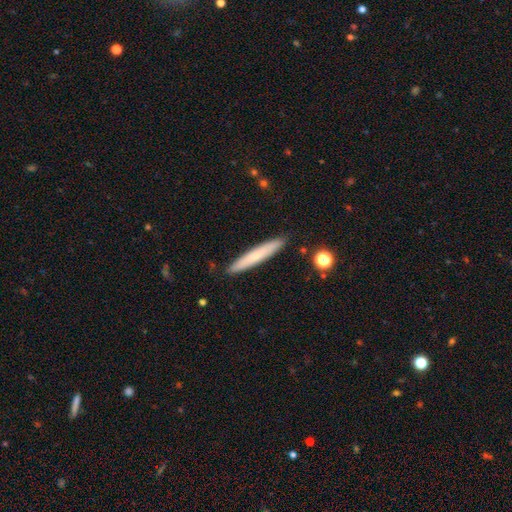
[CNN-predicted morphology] smooth_or_featured: smooth (p=0.67) [alt: featured or disk p=0.27]
how_rounded: cigar-shaped (p=0.95) [alt: in between p=0.04]
merging: none (p=0.90) [alt: minor disturbance p=0.07]